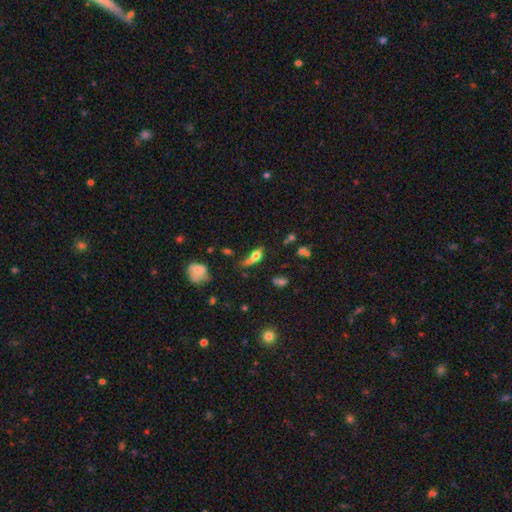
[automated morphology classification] Smooth or featured?
  - smooth: 56% *
  - featured or disk: 31%
  - star or artifact: 12%
How rounded?
  - in between: 63% *
  - cigar-shaped: 26%
  - round: 11%
Merging?
  - none: 39% *
  - minor disturbance: 27%
  - major disturbance: 22%
  - merger: 11%